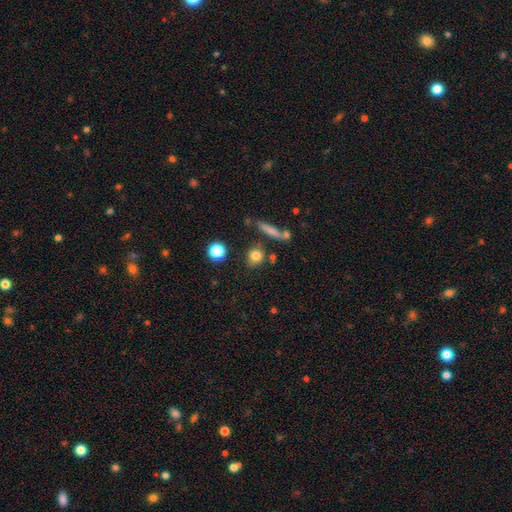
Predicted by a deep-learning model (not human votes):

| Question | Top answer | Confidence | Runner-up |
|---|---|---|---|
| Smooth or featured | smooth | 79% | star or artifact (12%) |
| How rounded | round | 81% | in between (14%) |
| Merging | none | 76% | minor disturbance (11%) |